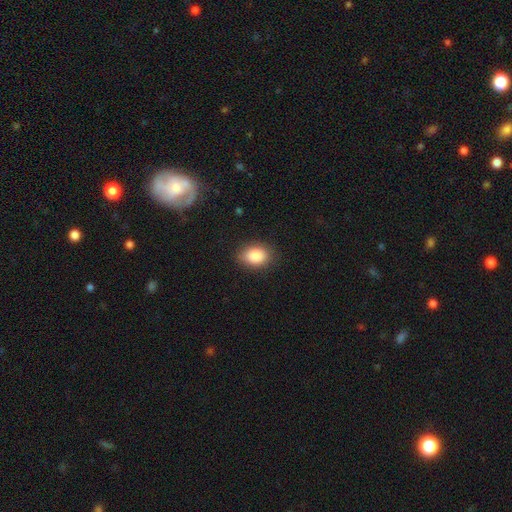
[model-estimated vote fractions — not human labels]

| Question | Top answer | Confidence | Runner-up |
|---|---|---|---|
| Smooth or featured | smooth | 87% | star or artifact (8%) |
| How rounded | in between | 75% | round (24%) |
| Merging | none | 85% | minor disturbance (11%) |